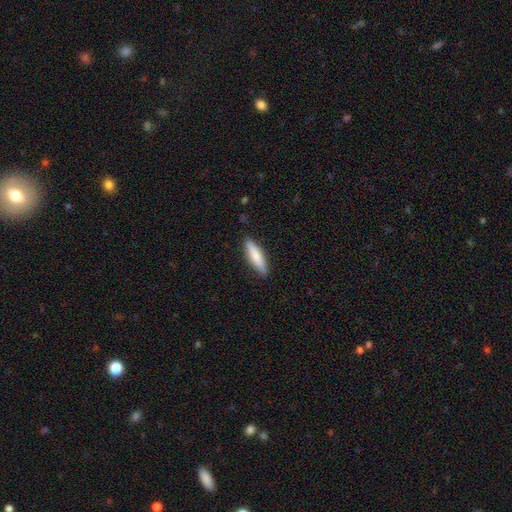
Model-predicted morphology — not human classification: Smooth or featured? smooth (76%)
How rounded? cigar-shaped (72%)
Merging? none (87%)